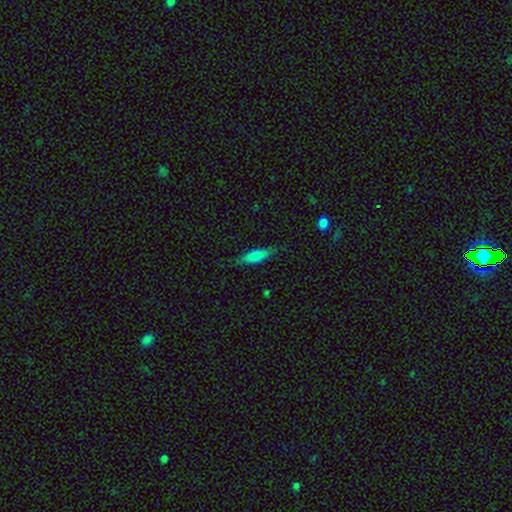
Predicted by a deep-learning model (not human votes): A smooth galaxy with no disk features (74%) that is in between round and cigar-shaped (49%, tied with cigar-shaped).

Vote fractions:
- Smooth or featured? smooth: 74% / featured or disk: 19% / star or artifact: 7%
- How rounded? in between: 49% (tied) / cigar-shaped: 49% (tied) / round: 2%
- Merging? none: 76% / minor disturbance: 19% / major disturbance: 4% / merger: 1%